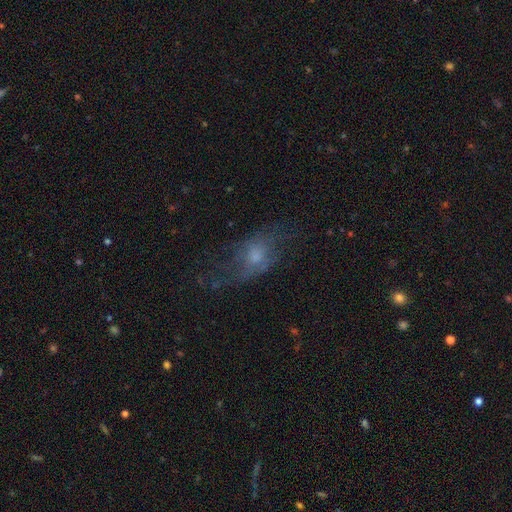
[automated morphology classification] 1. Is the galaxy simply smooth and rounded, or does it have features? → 47% featured or disk, 40% smooth, 13% star or artifact.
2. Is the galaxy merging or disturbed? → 43% none, 32% major disturbance, 23% minor disturbance, 2% merger.